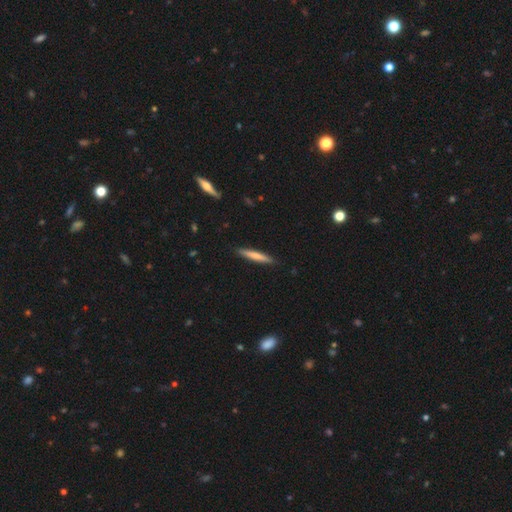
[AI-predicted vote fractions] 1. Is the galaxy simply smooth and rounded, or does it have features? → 68% smooth, 27% featured or disk, 5% star or artifact.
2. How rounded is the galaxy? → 93% cigar-shaped, 5% in between, 1% round.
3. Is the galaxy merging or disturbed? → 90% none, 7% minor disturbance, 1% major disturbance, 1% merger.